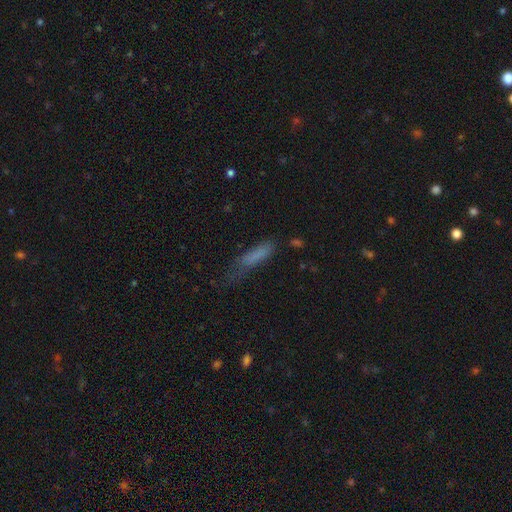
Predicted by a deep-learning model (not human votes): This is likely a smooth galaxy (72%). How rounded: likely cigar-shaped (76%). Merging: marginally none (40%).